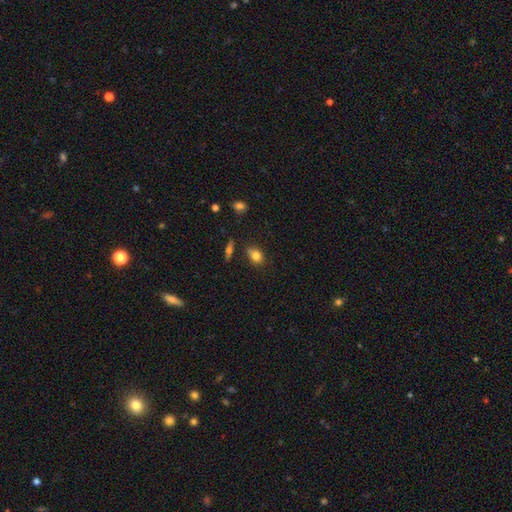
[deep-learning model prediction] smooth 81%, star or artifact 10%, featured or disk 9%. Down the decision tree: how rounded — in between (59%); merging — none (67%).